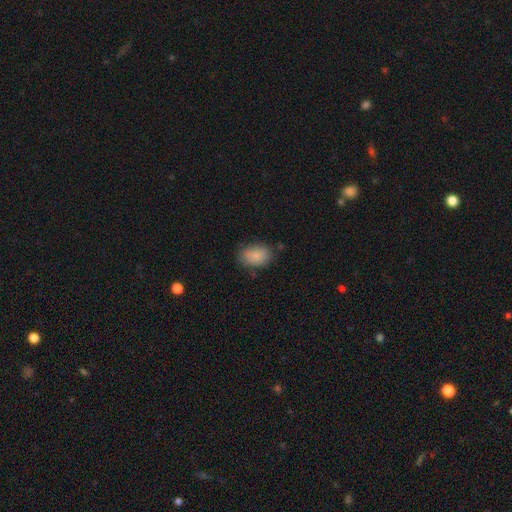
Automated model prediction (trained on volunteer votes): Morphology: type=smooth (86%); roundness=in between (81%); merging=none (78%).